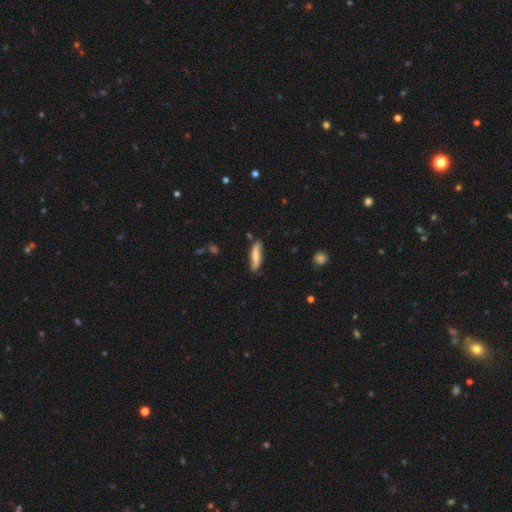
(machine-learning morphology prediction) This is possibly a smooth galaxy (59%). How rounded: likely cigar-shaped (77%). Merging: likely none (74%).